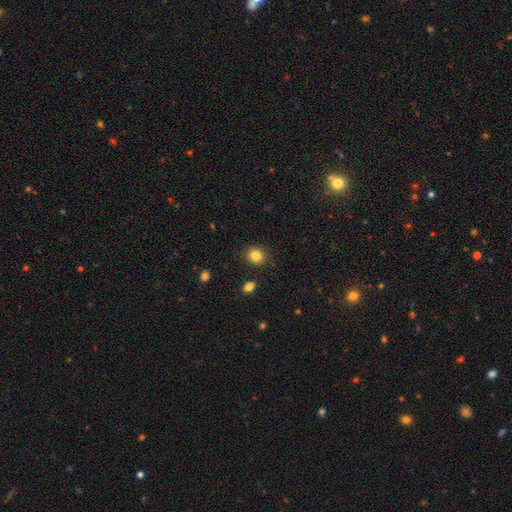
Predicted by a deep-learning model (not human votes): smooth-or-featured: smooth: 84% | star or artifact: 10% | featured or disk: 5%
  how-rounded: round: 73% | in between: 26% | cigar-shaped: 1%
  merging: none: 89% | minor disturbance: 7% | major disturbance: 2% | merger: 2%